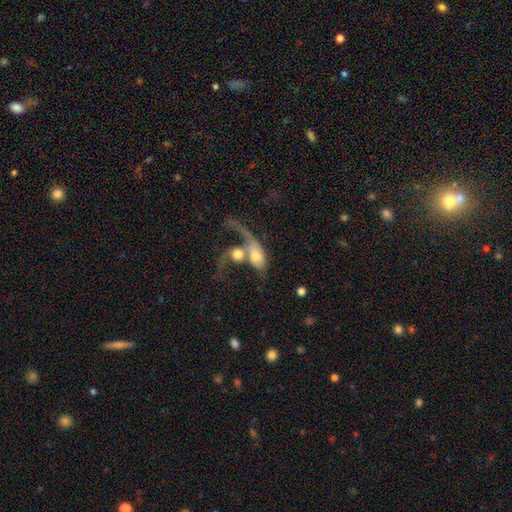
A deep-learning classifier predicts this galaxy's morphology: Q: Smooth or featured?
A: featured or disk (50%); runner-up: smooth (42%)
Q: Edge-on disk?
A: no (90%); runner-up: yes (10%)
Q: Merging?
A: merger (72%); runner-up: major disturbance (14%)